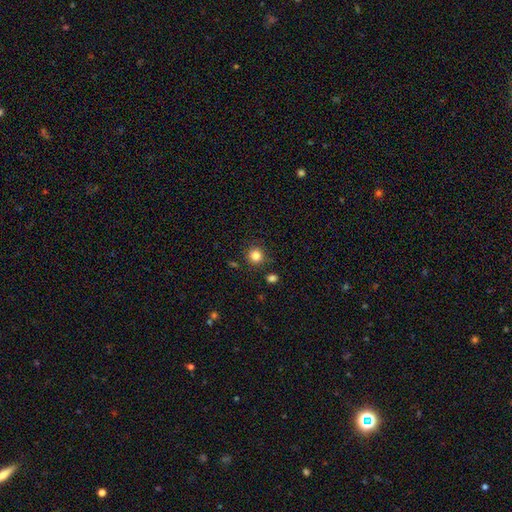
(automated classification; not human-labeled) Morphology: type=smooth (83%); roundness=round (92%); merging=none (86%).